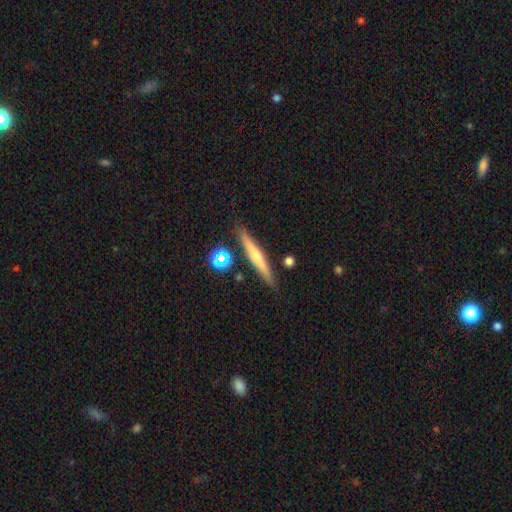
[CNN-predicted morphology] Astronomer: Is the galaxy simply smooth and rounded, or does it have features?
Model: featured or disk — 48% (runner-up: smooth, 45%).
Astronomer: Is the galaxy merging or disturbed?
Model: none — 85%.